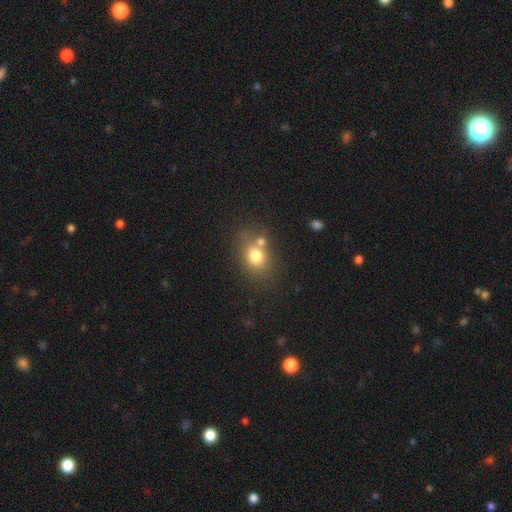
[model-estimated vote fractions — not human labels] This is likely a smooth galaxy (75%). How rounded: possibly round (51%). Merging: possibly none (57%).